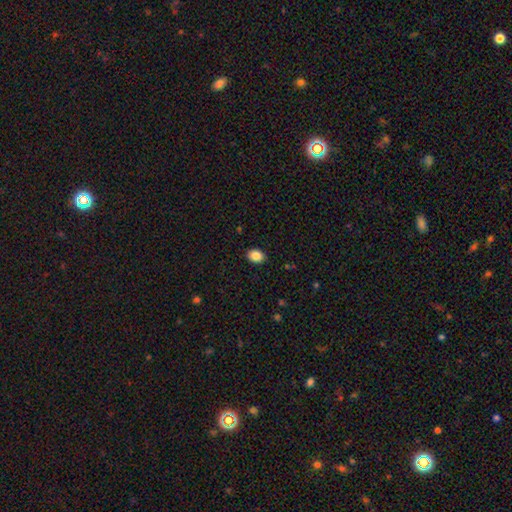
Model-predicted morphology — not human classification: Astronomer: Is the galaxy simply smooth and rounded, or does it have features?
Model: smooth — 88%.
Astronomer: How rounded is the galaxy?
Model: in between — 70%.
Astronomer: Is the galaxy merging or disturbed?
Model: none — 90%.